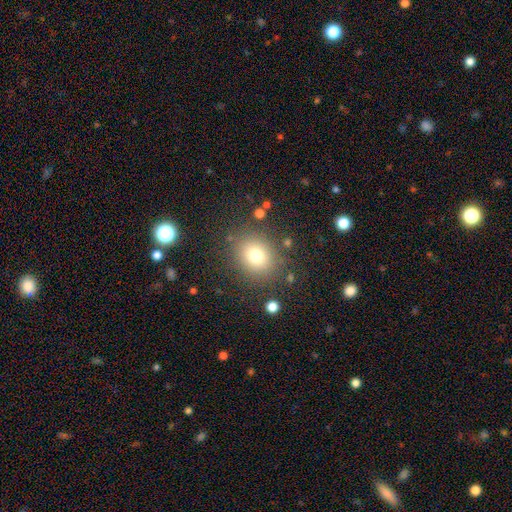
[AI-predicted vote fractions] The model was most divided on "how rounded": round: 74%, in between: 25%, cigar-shaped: 1%. More confident: merging — none (83%); smooth or featured — smooth (75%).